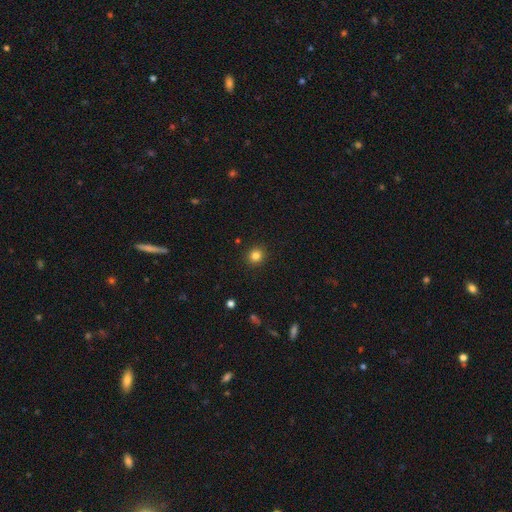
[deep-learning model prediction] Morphology: type=smooth (83%); roundness=round (90%); merging=none (92%).